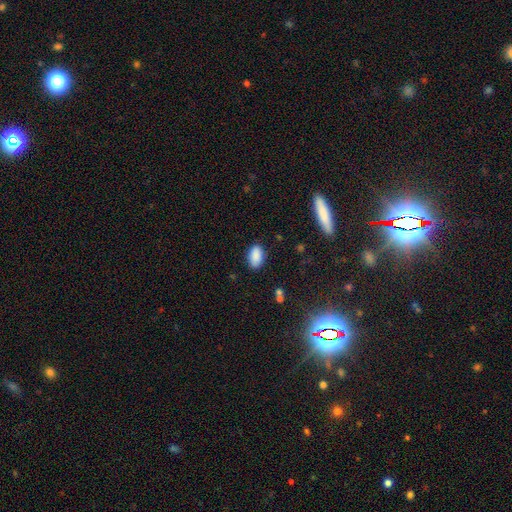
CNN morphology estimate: type=smooth (89%); roundness=in between (93%); merging=none (86%).